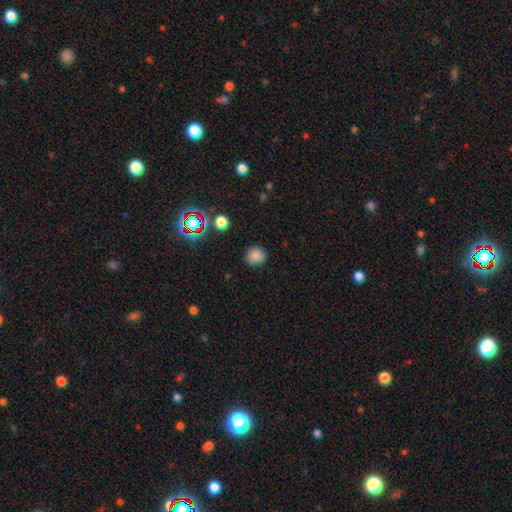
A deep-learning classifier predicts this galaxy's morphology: This appears to be a smooth galaxy with no disk features (80%) that is round (88%). Merging: none (85%).